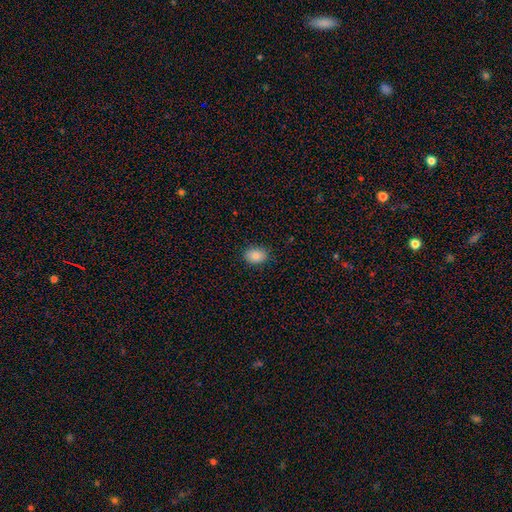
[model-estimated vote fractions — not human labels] Smooth or featured? smooth (86%)
How rounded? in between (68%)
Merging? none (87%)